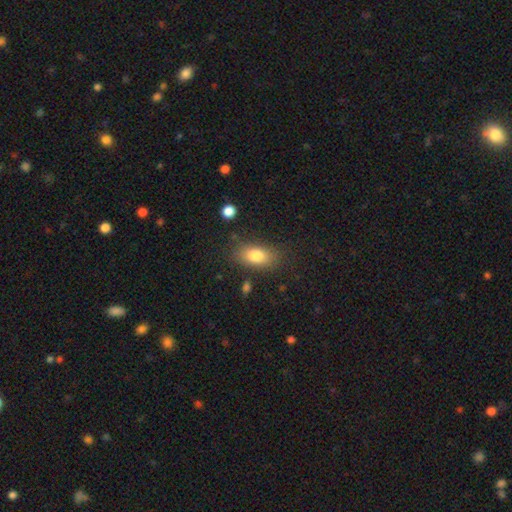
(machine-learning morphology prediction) Smooth or featured? smooth (80%)
How rounded? in between (87%)
Merging? none (79%)